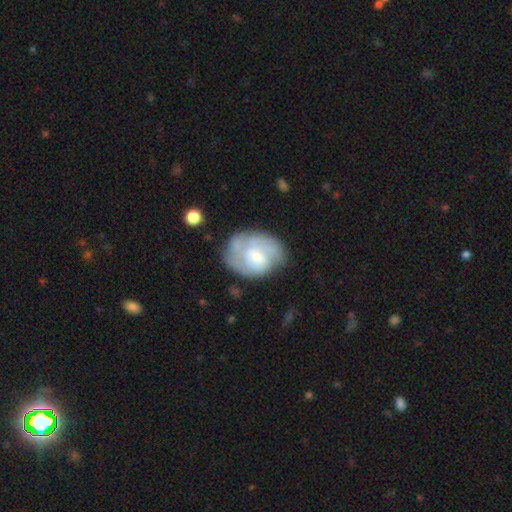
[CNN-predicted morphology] Smooth or featured? featured or disk (62%)
Edge-on disk? no (97%)
Bar? no (57%)
Spiral arms? yes (79%)
Bulge size? small (53%)
Merging? none (57%)